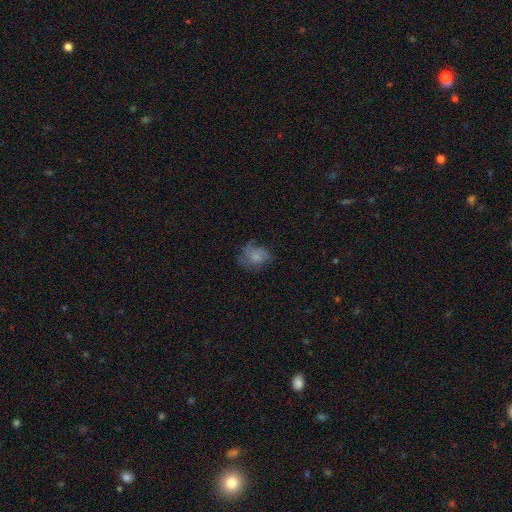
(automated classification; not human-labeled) This appears to be a smooth galaxy with no disk features (57%) that is round (55%). Merging: none (56%).